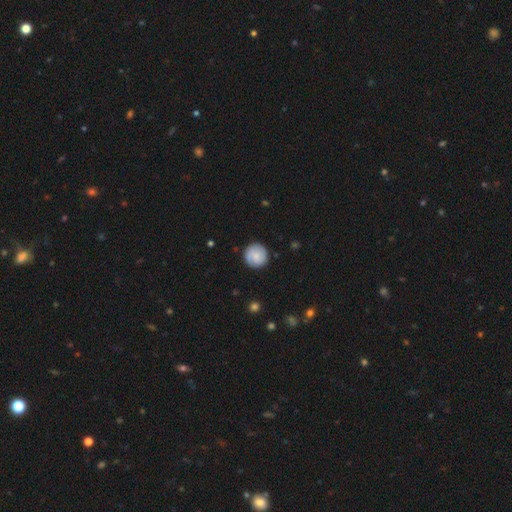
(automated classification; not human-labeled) smooth_or_featured: smooth (p=0.62) [alt: featured or disk p=0.31]
how_rounded: round (p=0.93) [alt: in between p=0.06]
merging: none (p=0.85) [alt: minor disturbance p=0.11]